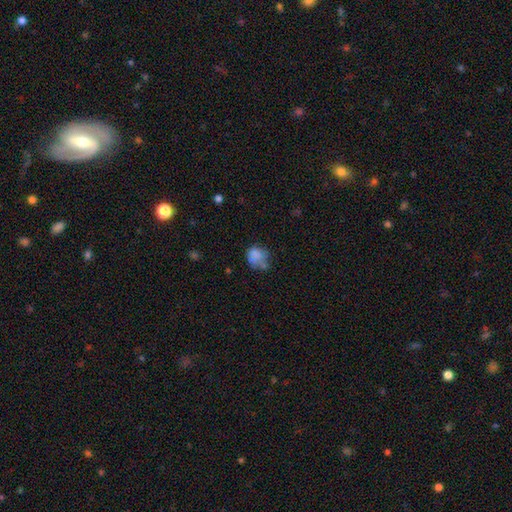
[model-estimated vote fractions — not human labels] This appears to be a smooth galaxy with no disk features (71%) that is round (57%). Merging: none (38%).